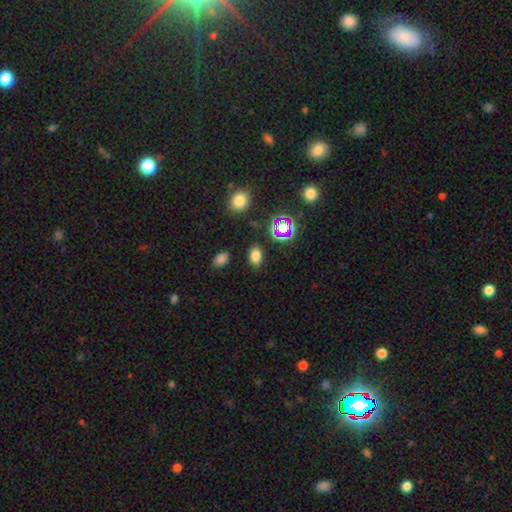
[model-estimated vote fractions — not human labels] smooth_or_featured: smooth (p=0.74) [alt: star or artifact p=0.20]
how_rounded: in between (p=0.87) [alt: round p=0.12]
merging: none (p=0.86) [alt: minor disturbance p=0.09]